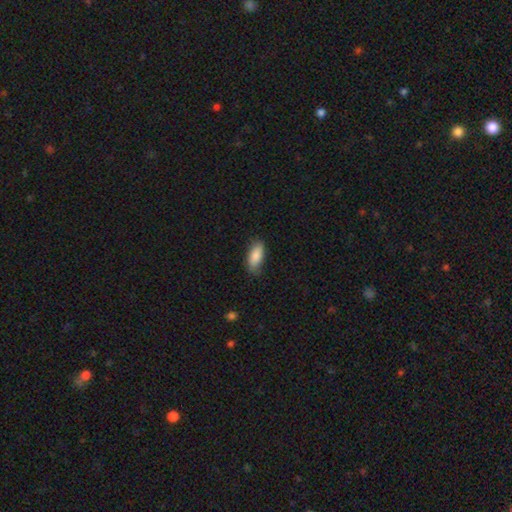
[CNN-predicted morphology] type=smooth (87%); roundness=in between (86%); merging=none (76%).